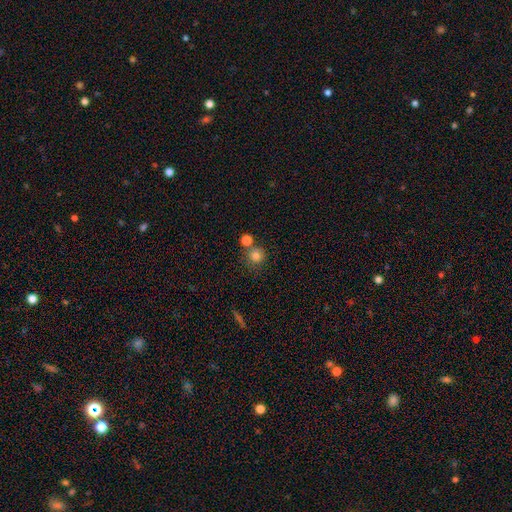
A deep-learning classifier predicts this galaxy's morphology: smooth-or-featured: smooth: 81% | star or artifact: 13% | featured or disk: 7%
  how-rounded: round: 91% | in between: 8% | cigar-shaped: 1%
  merging: none: 66% | merger: 21% | minor disturbance: 10% | major disturbance: 4%